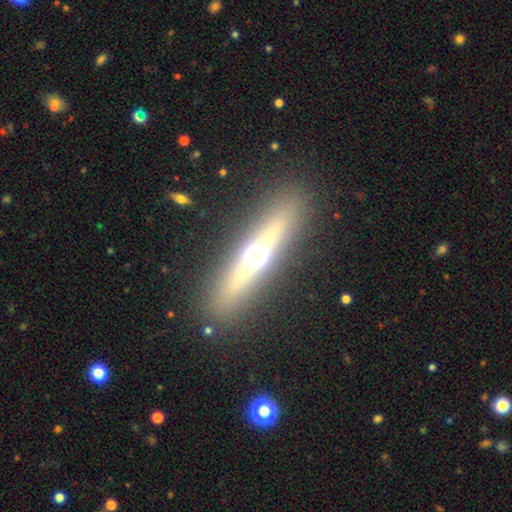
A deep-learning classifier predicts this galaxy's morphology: Overall: featured or disk (60%; smooth 31%). Edge-on disk: yes (91%). Edge-on bulge: rounded (93%). Merging: none (88%).